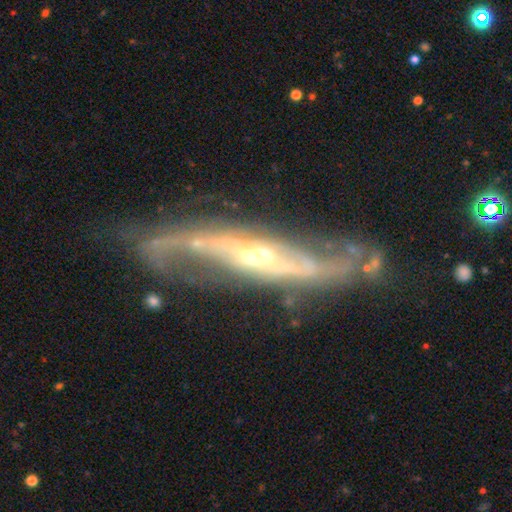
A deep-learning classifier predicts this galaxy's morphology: Overall: featured or disk (89%). Edge-on disk: no (71%). Bar: weak (35%; strong 33%). Spiral arms: yes (94%). Spiral arm count: 2 (83%). Spiral winding: loose (50%; medium 34%). Bulge size: moderate (50%; small 42%). Merging: none (63%).